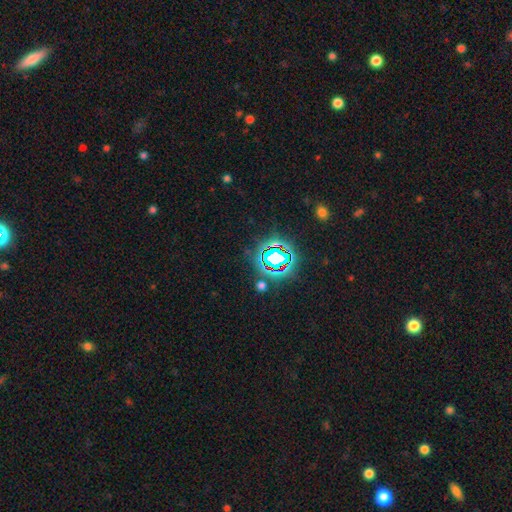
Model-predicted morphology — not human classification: Smooth or featured? Predicted: star or artifact (p=0.80).